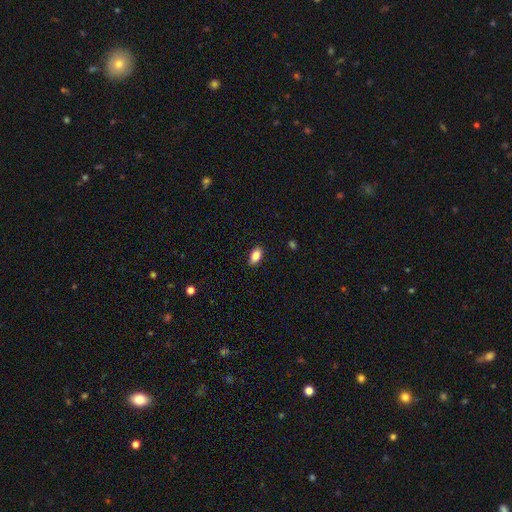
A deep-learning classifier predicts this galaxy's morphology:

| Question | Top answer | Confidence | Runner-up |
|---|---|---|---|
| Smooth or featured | smooth | 86% | star or artifact (8%) |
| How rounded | in between | 91% | round (6%) |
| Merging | none | 88% | minor disturbance (9%) |